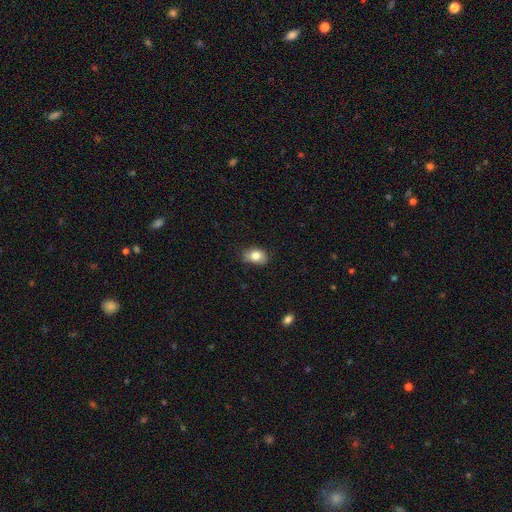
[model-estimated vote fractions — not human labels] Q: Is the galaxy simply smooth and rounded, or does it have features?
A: smooth — 82%.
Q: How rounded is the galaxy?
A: in between — 77%.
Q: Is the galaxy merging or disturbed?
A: none — 70%.